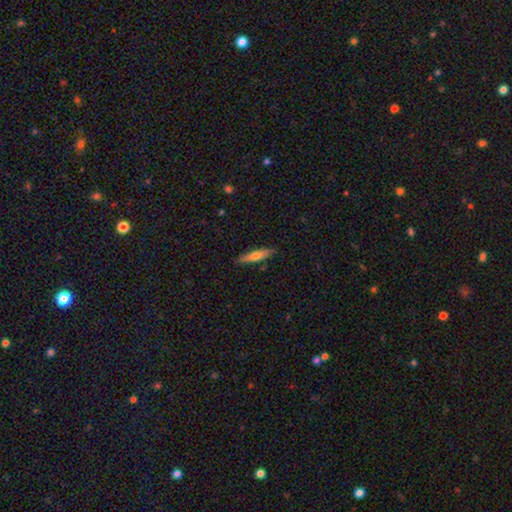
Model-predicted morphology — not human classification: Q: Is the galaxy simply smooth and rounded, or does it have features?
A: smooth — 62%.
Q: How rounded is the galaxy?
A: cigar-shaped — 82%.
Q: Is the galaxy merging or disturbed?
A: none — 87%.